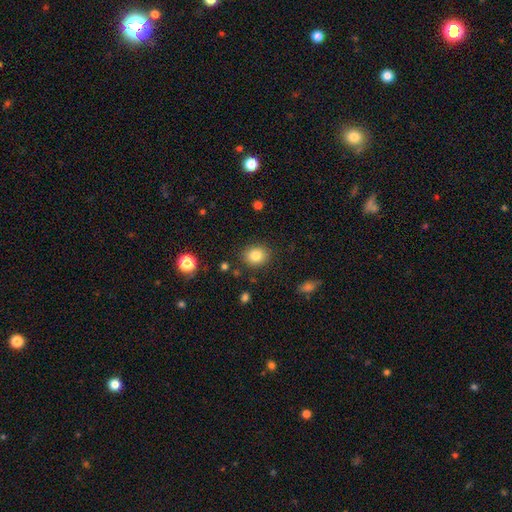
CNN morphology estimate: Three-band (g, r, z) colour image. It shows a smooth galaxy with no disk features (83%) that is round (65%). Merging: none (87%).